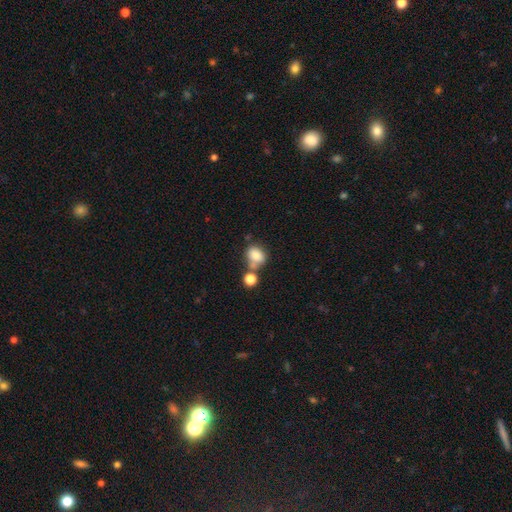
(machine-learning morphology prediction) The model was most divided on "how rounded": in between: 53%, round: 46%, cigar-shaped: 1%. Remaining: smooth or featured — smooth (80%); merging — none (43%).